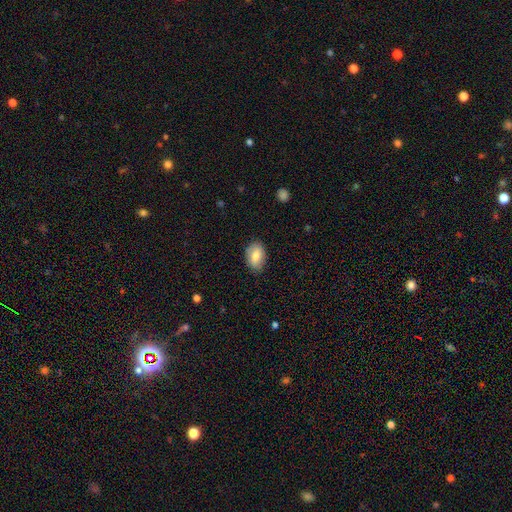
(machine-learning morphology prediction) Smooth or featured? smooth (79%)
How rounded? in between (88%)
Merging? none (84%)